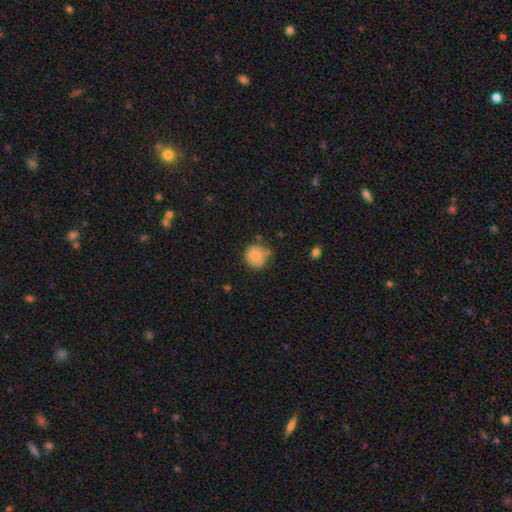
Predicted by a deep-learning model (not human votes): A smooth galaxy with no disk features (72%) that is round (86%). Merging: none (57%).